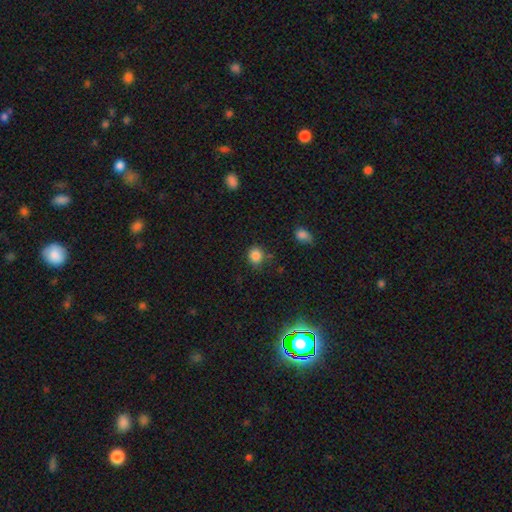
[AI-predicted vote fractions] Smooth or featured: smooth — 85% (star or artifact — 11%)
How rounded: round — 78% (in between — 21%)
Merging: none — 76% (minor disturbance — 15%)